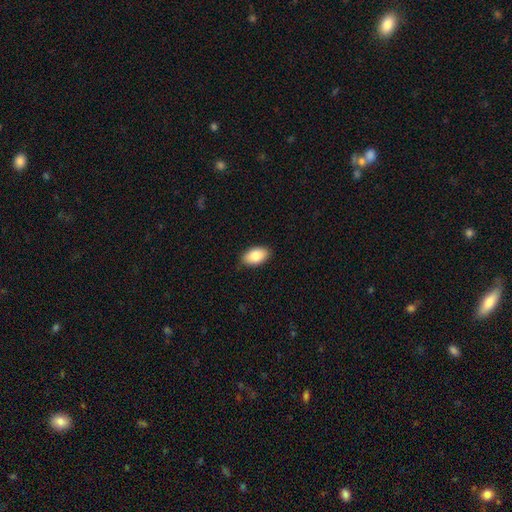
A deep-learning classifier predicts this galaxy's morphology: smooth_or_featured: smooth (p=0.85) [alt: featured or disk p=0.08]
how_rounded: in between (p=0.94) [alt: round p=0.05]
merging: none (p=0.87) [alt: minor disturbance p=0.10]